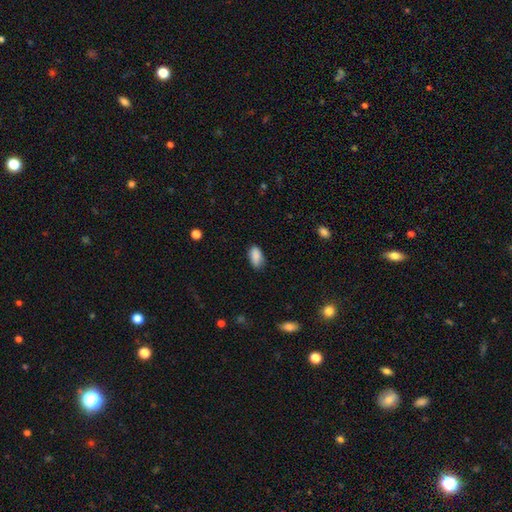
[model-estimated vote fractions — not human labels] Q: Smooth or featured?
A: smooth (89%); runner-up: star or artifact (7%)
Q: How rounded?
A: in between (93%); runner-up: round (4%)
Q: Merging?
A: none (79%); runner-up: minor disturbance (17%)